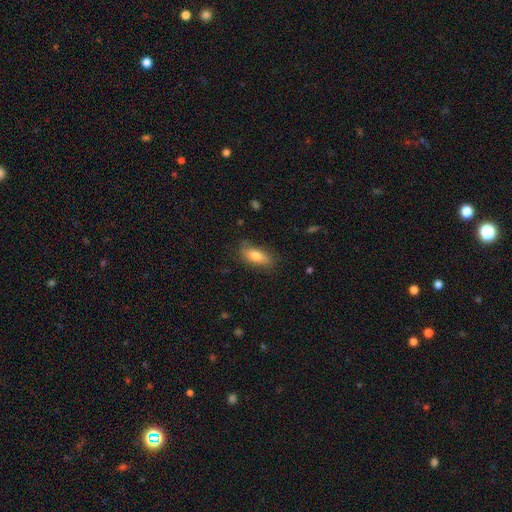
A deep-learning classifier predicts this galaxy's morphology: This appears to be a smooth galaxy with no disk features (77%) that is in between round and cigar-shaped (77%). Merging: none (74%).